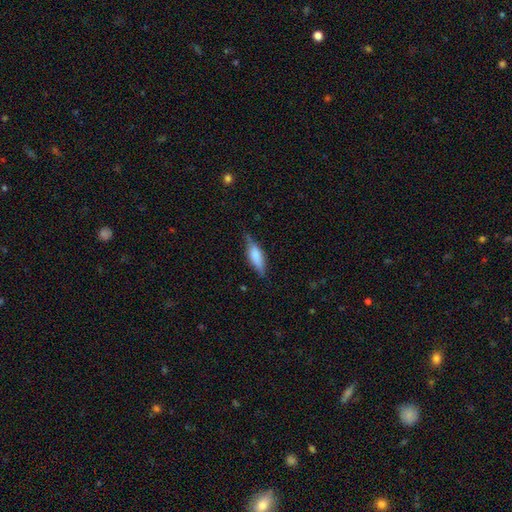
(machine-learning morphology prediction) smooth_or_featured: smooth (p=0.58) [alt: featured or disk p=0.35]
how_rounded: cigar-shaped (p=0.51) [alt: in between p=0.47]
merging: none (p=0.75) [alt: minor disturbance p=0.19]